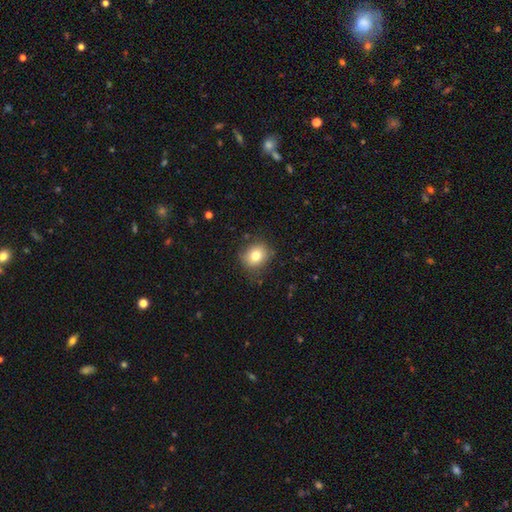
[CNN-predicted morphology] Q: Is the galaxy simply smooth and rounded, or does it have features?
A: smooth — 79%.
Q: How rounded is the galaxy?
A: round — 65%.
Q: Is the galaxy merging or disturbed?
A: none — 81%.